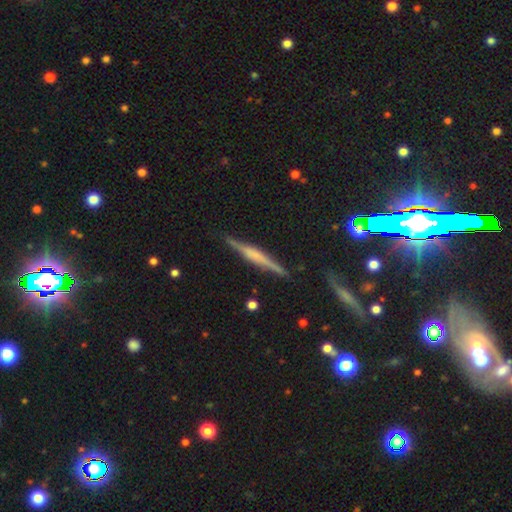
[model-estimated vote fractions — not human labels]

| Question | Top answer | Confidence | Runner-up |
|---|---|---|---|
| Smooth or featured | featured or disk | 69% | smooth (24%) |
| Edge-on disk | yes | 97% | no (3%) |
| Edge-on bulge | rounded | 39% | boxy (34%) |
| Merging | none | 87% | minor disturbance (10%) |